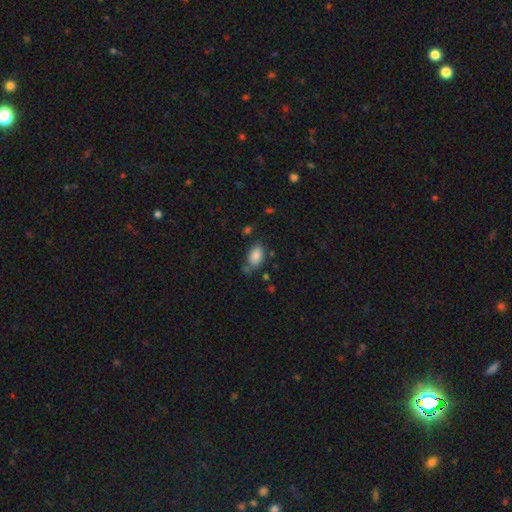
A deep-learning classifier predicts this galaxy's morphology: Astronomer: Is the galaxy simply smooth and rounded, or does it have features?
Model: smooth — 87%.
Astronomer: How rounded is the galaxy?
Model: in between — 91%.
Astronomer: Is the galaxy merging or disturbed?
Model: none — 65%.